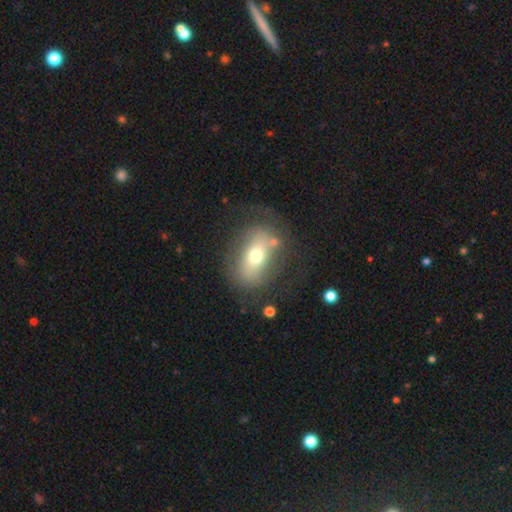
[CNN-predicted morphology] Smooth or featured?
  - smooth: 49% *
  - featured or disk: 42%
  - star or artifact: 9%
Merging?
  - none: 62% *
  - minor disturbance: 19%
  - major disturbance: 14%
  - merger: 5%